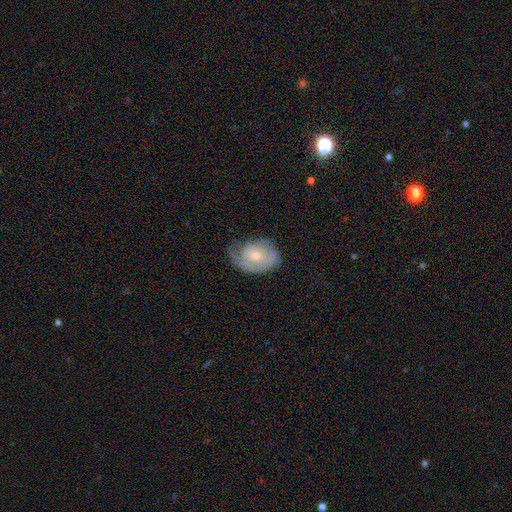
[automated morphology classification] Q: Smooth or featured?
A: featured or disk (62%); runner-up: smooth (32%)
Q: Edge-on disk?
A: no (96%); runner-up: yes (4%)
Q: Bar?
A: no (72%); runner-up: weak (24%)
Q: Spiral arms?
A: yes (79%); runner-up: no (21%)
Q: Bulge size?
A: moderate (54%); runner-up: small (41%)
Q: Merging?
A: none (47%); runner-up: minor disturbance (33%)